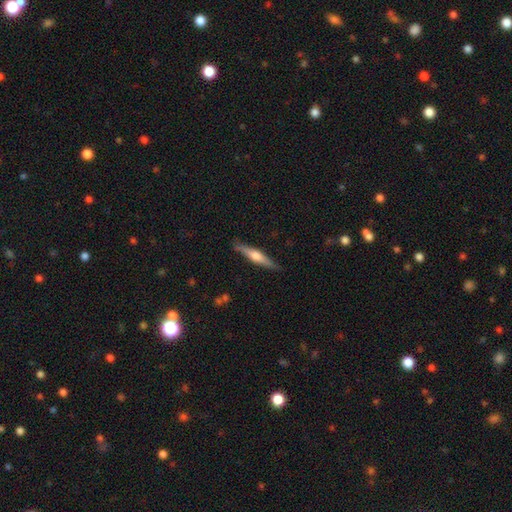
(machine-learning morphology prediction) This appears to be a featured or disk galaxy (63%) viewed edge-on (97%) with a rounded central bulge (88%). Merging: none (87%).